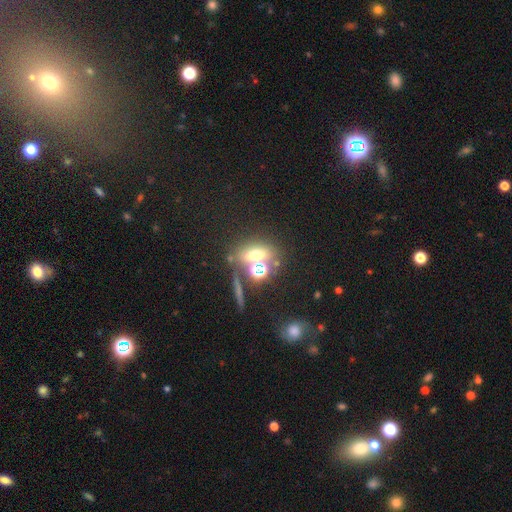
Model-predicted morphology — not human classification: The model was most divided on "how rounded": in between: 53%, round: 38%, cigar-shaped: 9%. More confident: merging — none (58%); smooth or featured — smooth (55%).